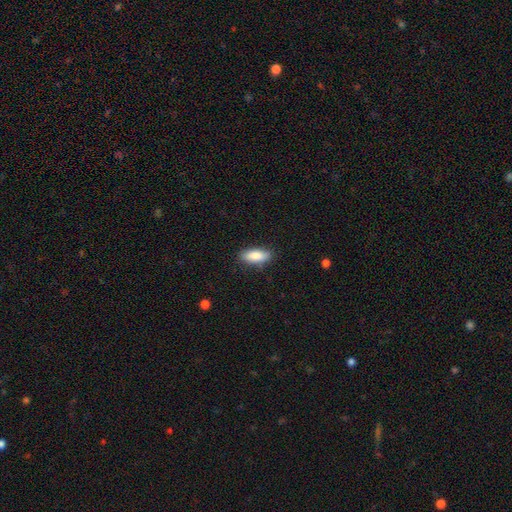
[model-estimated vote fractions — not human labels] Morphology: type=smooth (84%); roundness=in between (76%); merging=none (84%).